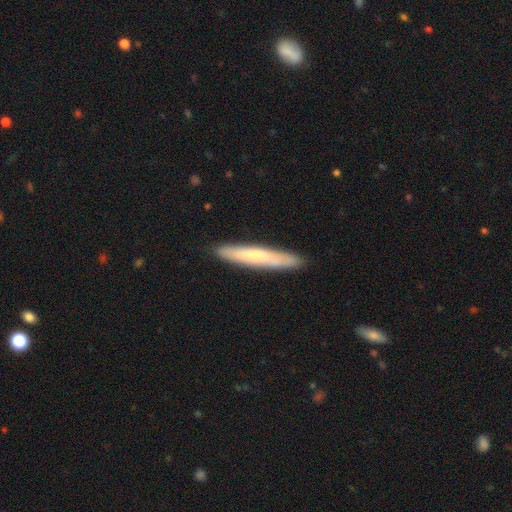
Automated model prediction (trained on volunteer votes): Smooth or featured? Predicted: smooth (p=0.64). How rounded? Predicted: cigar-shaped (p=0.94). Merging? Predicted: none (p=0.88).